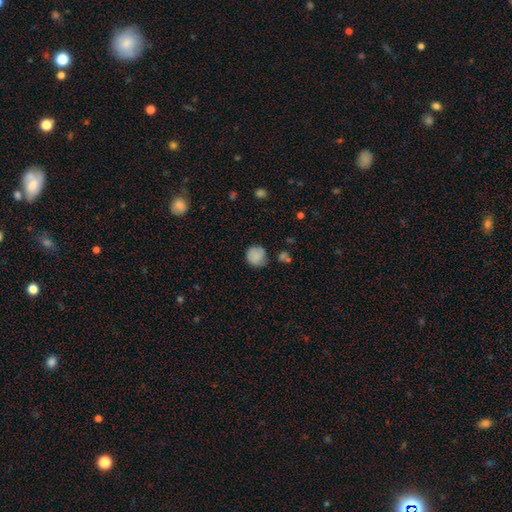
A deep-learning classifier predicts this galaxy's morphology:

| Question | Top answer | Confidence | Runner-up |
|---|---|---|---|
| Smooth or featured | smooth | 83% | star or artifact (9%) |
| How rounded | round | 89% | in between (10%) |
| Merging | none | 70% | minor disturbance (21%) |